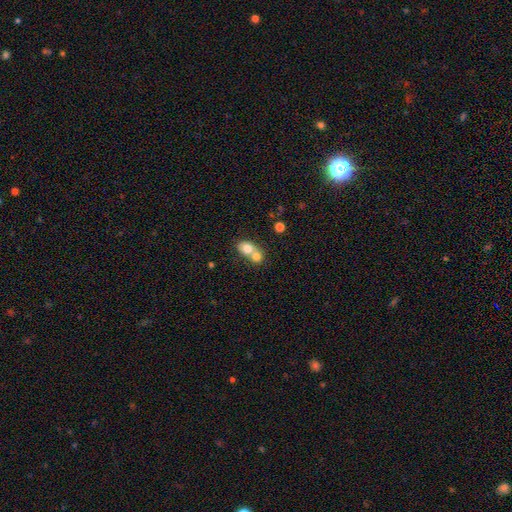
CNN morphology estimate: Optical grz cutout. It shows a smooth galaxy with no disk features (74%) that is round (55%). Merging: merger (70%).